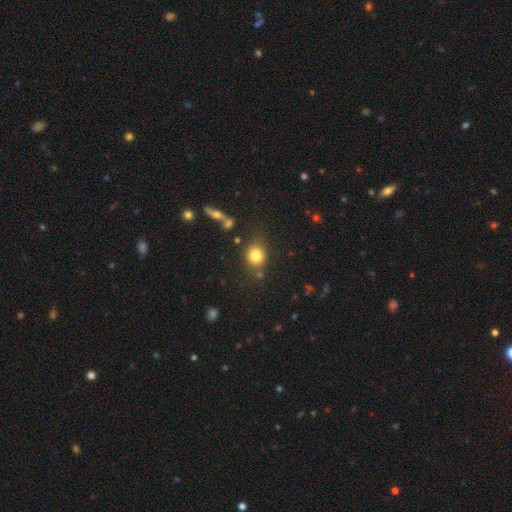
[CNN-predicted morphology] This appears to be a smooth galaxy with no disk features (80%) that is round (76%). Merging: none (76%).